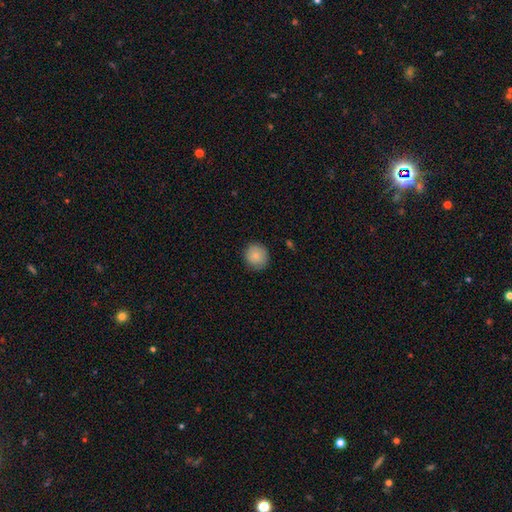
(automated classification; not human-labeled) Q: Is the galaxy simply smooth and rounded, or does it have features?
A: smooth — 83%.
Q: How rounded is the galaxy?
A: round — 89%.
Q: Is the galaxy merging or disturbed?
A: none — 85%.